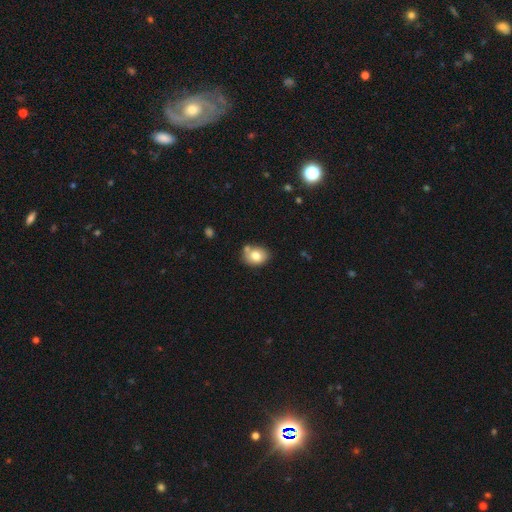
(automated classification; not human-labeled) This is likely a smooth galaxy (78%). How rounded: possibly in between (59%). Merging: likely none (63%).